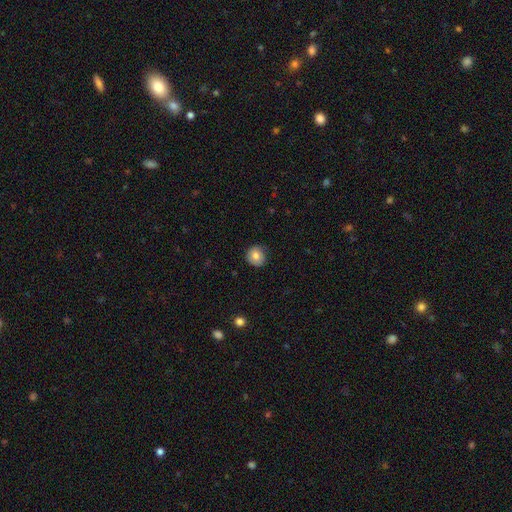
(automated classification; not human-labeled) Overall: smooth (79%). How rounded: round (91%). Merging: none (85%).